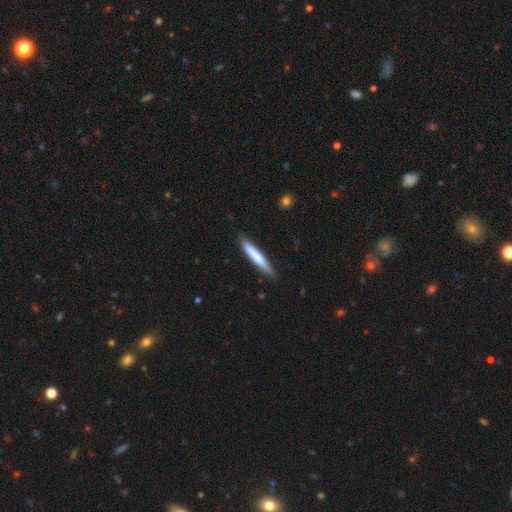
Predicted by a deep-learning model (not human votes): smooth_or_featured: smooth (p=0.72) [alt: featured or disk p=0.23]
how_rounded: cigar-shaped (p=0.94) [alt: in between p=0.05]
merging: none (p=0.85) [alt: minor disturbance p=0.12]